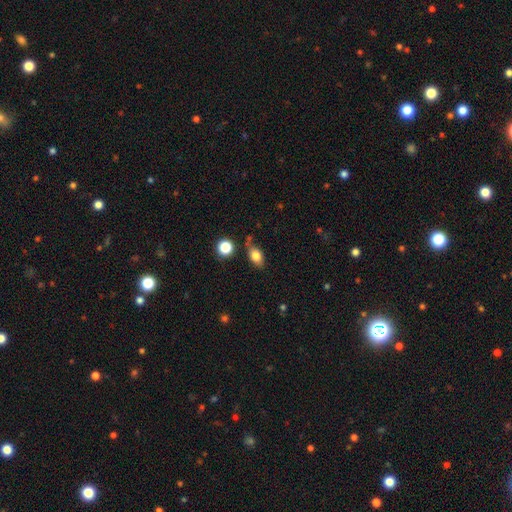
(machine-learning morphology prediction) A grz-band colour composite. It shows a smooth galaxy with no disk features (81%) that is in between round and cigar-shaped (79%). Merging: none (69%).